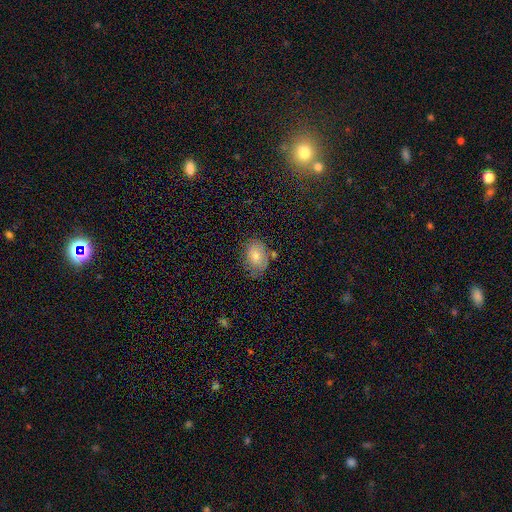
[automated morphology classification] A smooth galaxy with no disk features (65%) that is in between round and cigar-shaped (79%). Merging: none (71%).